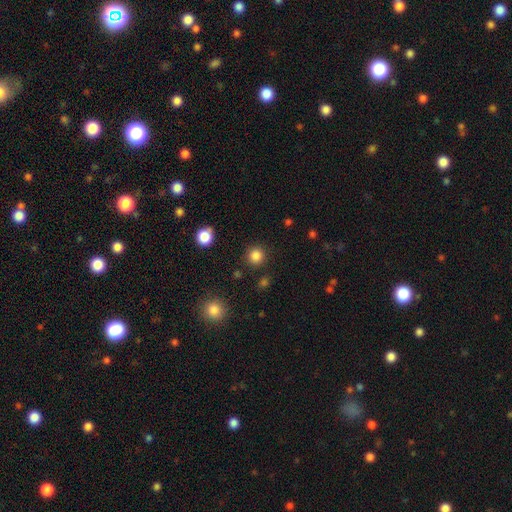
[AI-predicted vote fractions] Morphology: type=smooth (84%); roundness=round (94%); merging=none (89%).